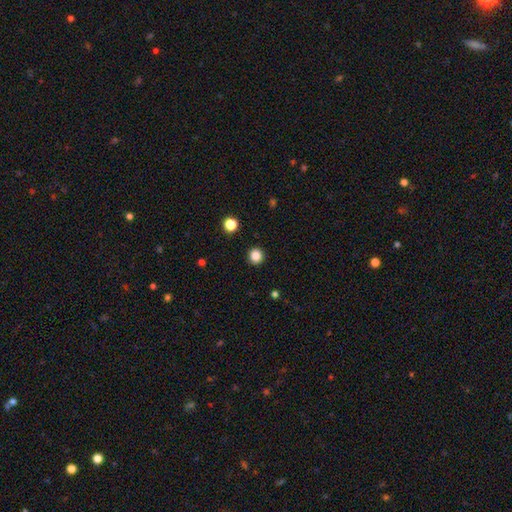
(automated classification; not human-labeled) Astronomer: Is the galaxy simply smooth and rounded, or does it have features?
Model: smooth — 85%.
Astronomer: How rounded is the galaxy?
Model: round — 94%.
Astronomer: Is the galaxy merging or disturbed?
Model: none — 93%.